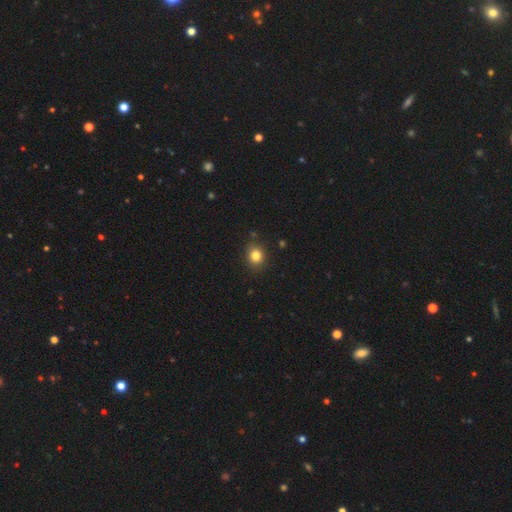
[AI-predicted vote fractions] smooth-or-featured: smooth: 83% | star or artifact: 11% | featured or disk: 6%
  how-rounded: round: 64% | in between: 35% | cigar-shaped: 1%
  merging: none: 85% | minor disturbance: 10% | major disturbance: 2% | merger: 2%